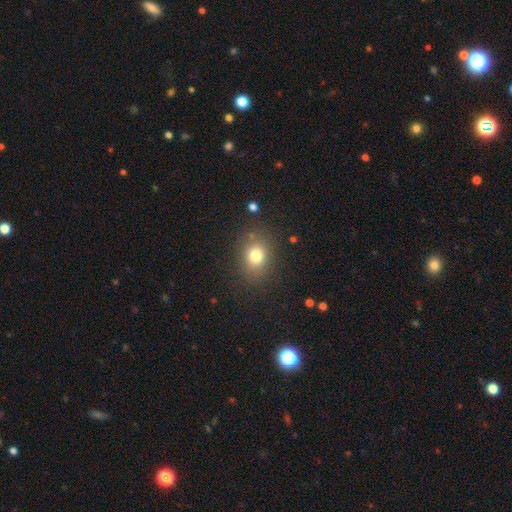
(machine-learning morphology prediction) Smooth or featured? Predicted: smooth (p=0.78). How rounded? Predicted: round (p=0.53). Merging? Predicted: none (p=0.83).